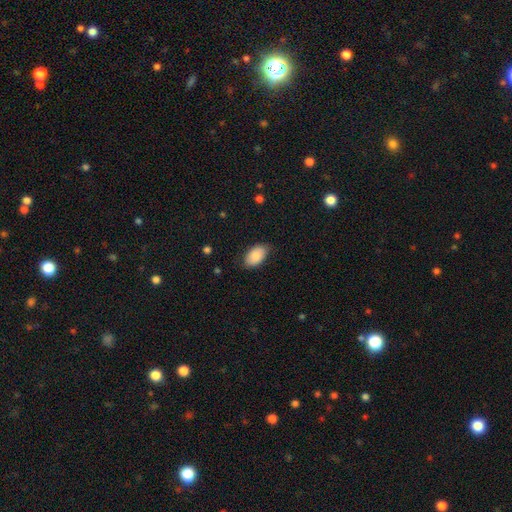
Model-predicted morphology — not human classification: smooth 84%, featured or disk 10%, star or artifact 7%. Down the decision tree: how rounded — in between (94%); merging — none (78%).